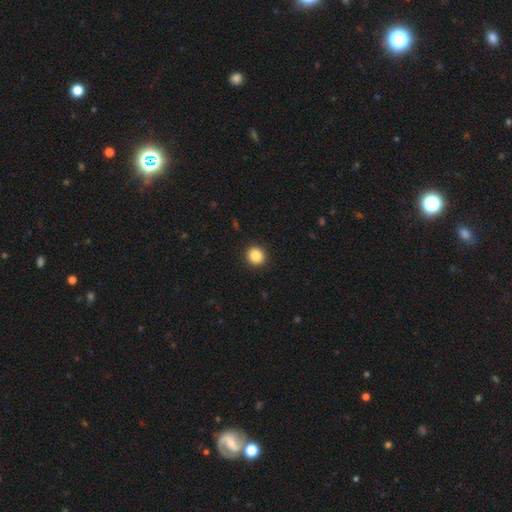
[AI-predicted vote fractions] smooth 88%, star or artifact 9%, featured or disk 3%. Down the decision tree: how rounded — round (89%); merging — none (92%).